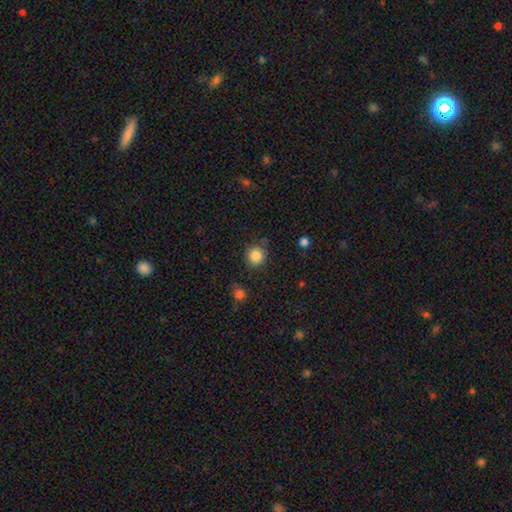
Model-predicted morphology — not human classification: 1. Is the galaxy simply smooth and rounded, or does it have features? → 86% smooth, 10% star or artifact, 4% featured or disk.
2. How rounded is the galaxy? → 93% round, 6% in between, 1% cigar-shaped.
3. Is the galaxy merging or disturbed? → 83% none, 10% minor disturbance, 3% merger, 3% major disturbance.